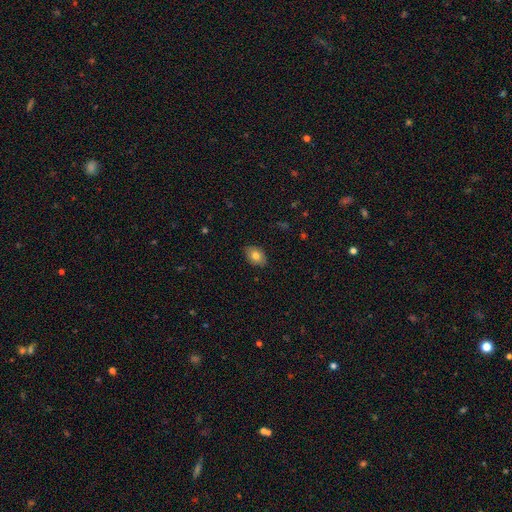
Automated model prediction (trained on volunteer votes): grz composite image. It shows a smooth galaxy with no disk features (79%) that is in between round and cigar-shaped (82%). Merging: none (86%).